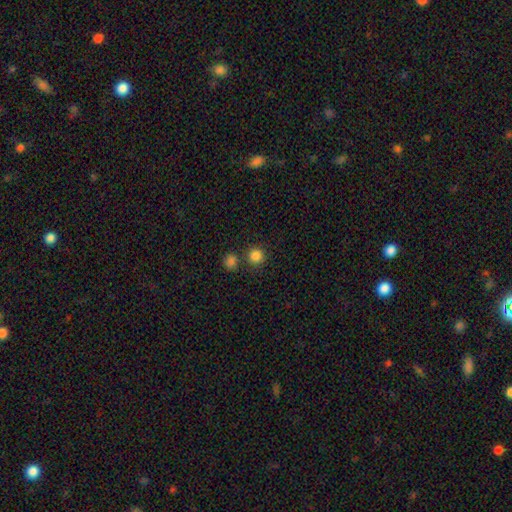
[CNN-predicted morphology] A smooth galaxy with no disk features (84%) that is round (94%). Merging: none (79%).